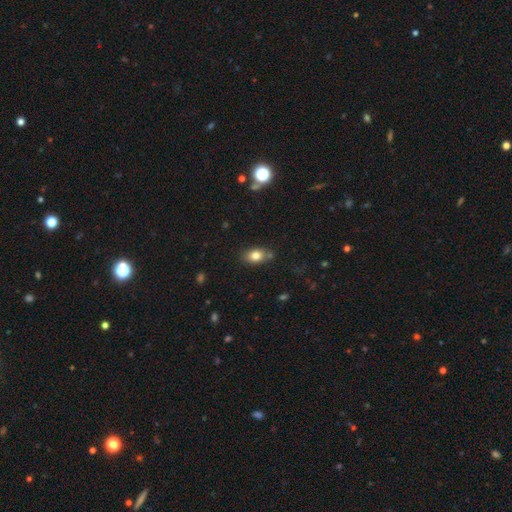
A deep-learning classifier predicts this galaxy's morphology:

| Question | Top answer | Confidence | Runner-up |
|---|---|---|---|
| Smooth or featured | smooth | 80% | featured or disk (10%) |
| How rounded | in between | 78% | round (20%) |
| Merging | none | 74% | minor disturbance (16%) |